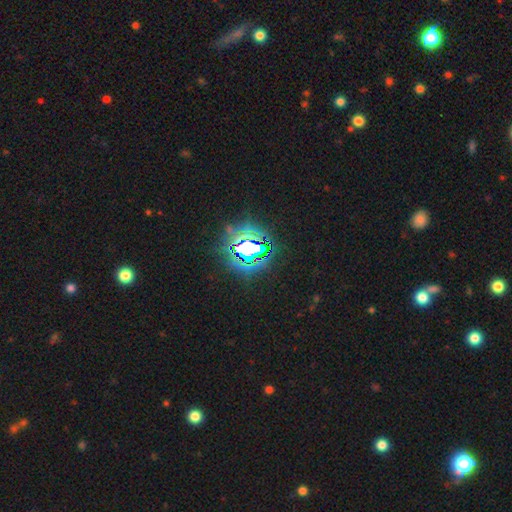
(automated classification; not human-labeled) Q: Smooth or featured?
A: star or artifact (84%); runner-up: smooth (10%)